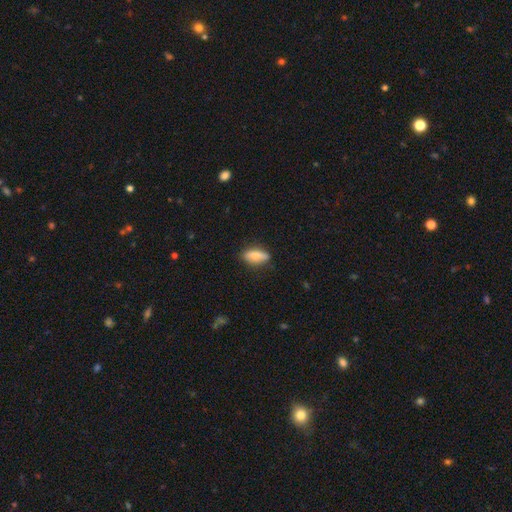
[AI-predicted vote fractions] Smooth or featured? Predicted: smooth (p=0.72). How rounded? Predicted: in between (p=0.76). Merging? Predicted: none (p=0.78).